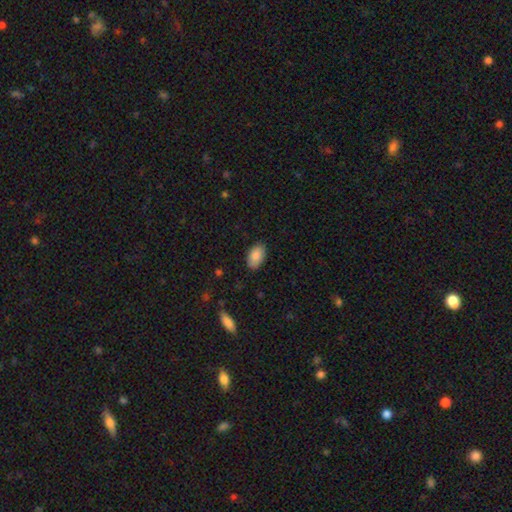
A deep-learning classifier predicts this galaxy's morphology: A smooth galaxy with no disk features (87%) that is in between round and cigar-shaped (93%).

Vote fractions:
- Smooth or featured? smooth: 87% / star or artifact: 7% / featured or disk: 7%
- How rounded? in between: 93% / round: 5% / cigar-shaped: 2%
- Merging? none: 85% / minor disturbance: 11% / major disturbance: 2% / merger: 1%